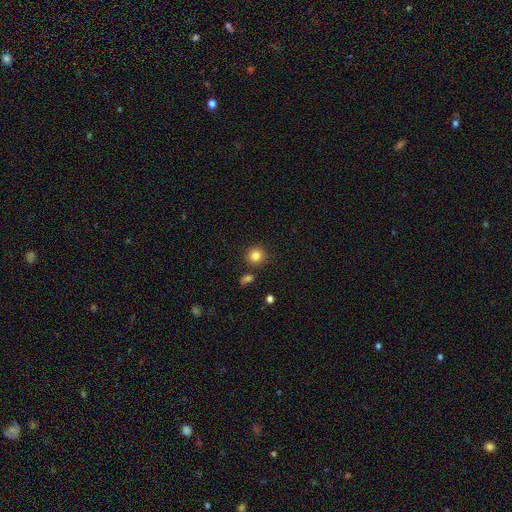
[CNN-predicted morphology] smooth_or_featured: smooth (p=0.83) [alt: star or artifact p=0.11]
how_rounded: round (p=0.92) [alt: in between p=0.07]
merging: none (p=0.86) [alt: minor disturbance p=0.07]